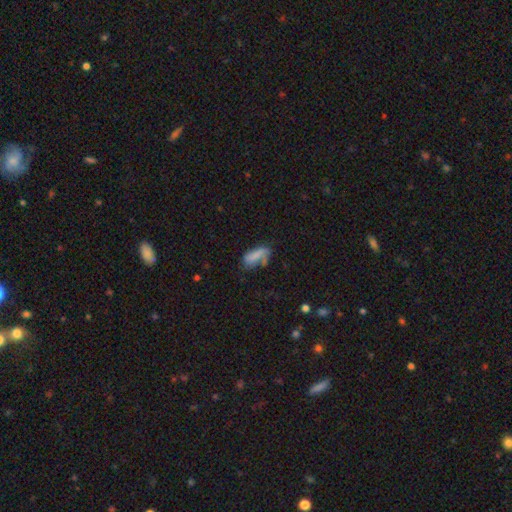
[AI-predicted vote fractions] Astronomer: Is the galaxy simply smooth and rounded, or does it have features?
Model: smooth — 67%.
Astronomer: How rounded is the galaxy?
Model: in between — 74%.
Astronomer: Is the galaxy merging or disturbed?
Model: none — 39% (runner-up: minor disturbance, 29%).